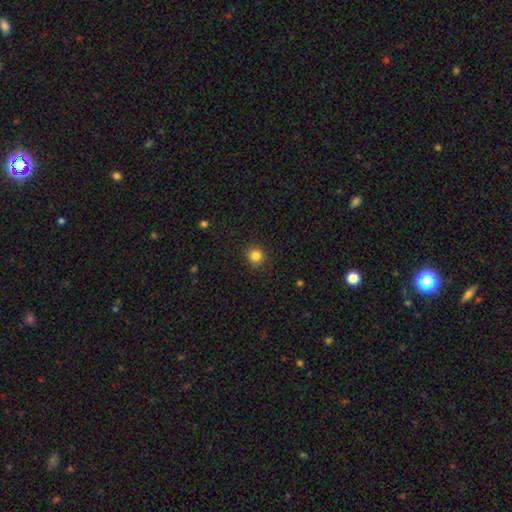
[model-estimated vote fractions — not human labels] Morphology: type=smooth (84%); roundness=round (93%); merging=none (91%).